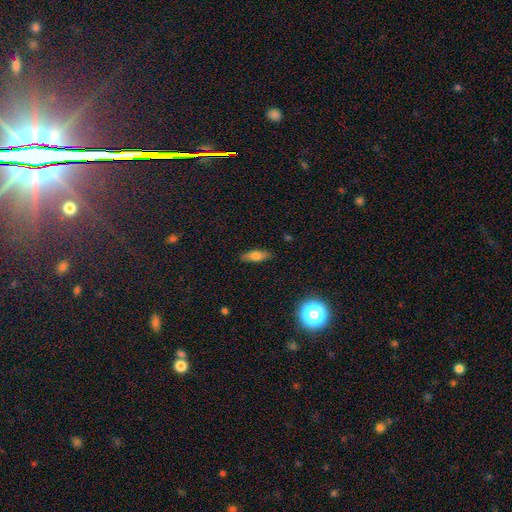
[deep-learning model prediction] Smooth or featured?
  - smooth: 71% *
  - featured or disk: 20%
  - star or artifact: 9%
How rounded?
  - in between: 58% *
  - cigar-shaped: 38%
  - round: 3%
Merging?
  - none: 87% *
  - minor disturbance: 10%
  - major disturbance: 2%
  - merger: 1%